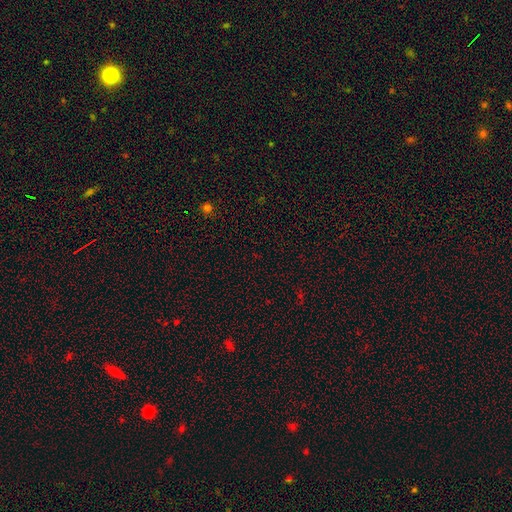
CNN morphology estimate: Smooth or featured? Predicted: star or artifact (p=0.69).